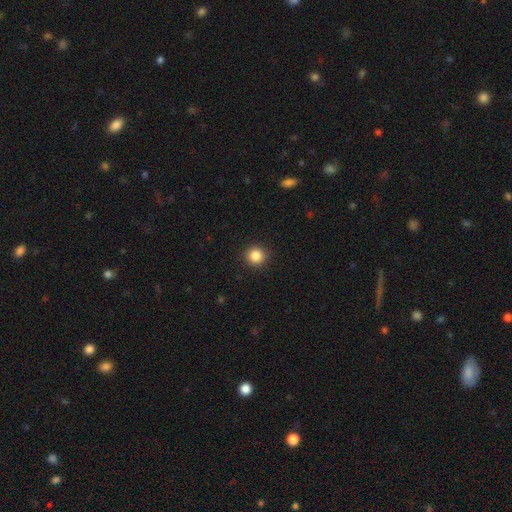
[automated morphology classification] type=smooth (85%); roundness=round (94%); merging=none (92%).